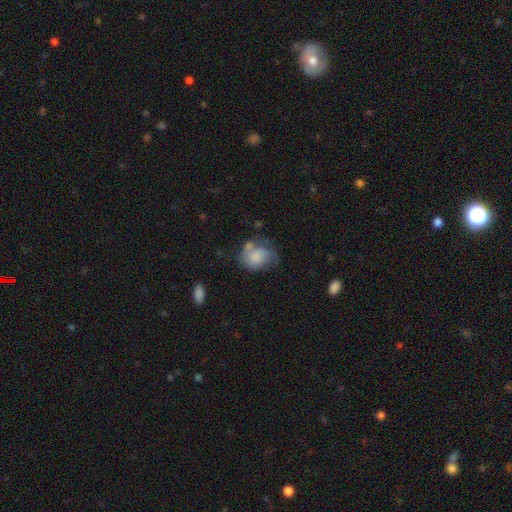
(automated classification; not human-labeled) A smooth galaxy with no disk features (51%) that is in between round and cigar-shaped (50%).

Vote fractions:
- Smooth or featured? smooth: 51% / featured or disk: 41% / star or artifact: 9%
- How rounded? in between: 50% / round: 48% / cigar-shaped: 1%
- Merging? none: 36% / minor disturbance: 28% / major disturbance: 26% / merger: 10%